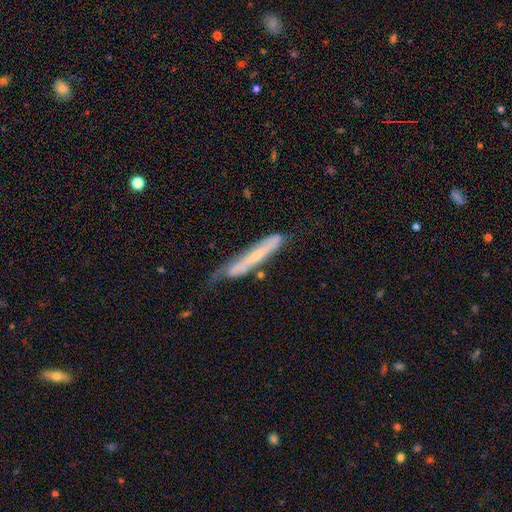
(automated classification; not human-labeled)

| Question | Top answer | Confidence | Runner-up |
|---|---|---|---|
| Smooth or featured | featured or disk | 57% | smooth (36%) |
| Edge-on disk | yes | 67% | no (33%) |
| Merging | none | 44% | minor disturbance (33%) |